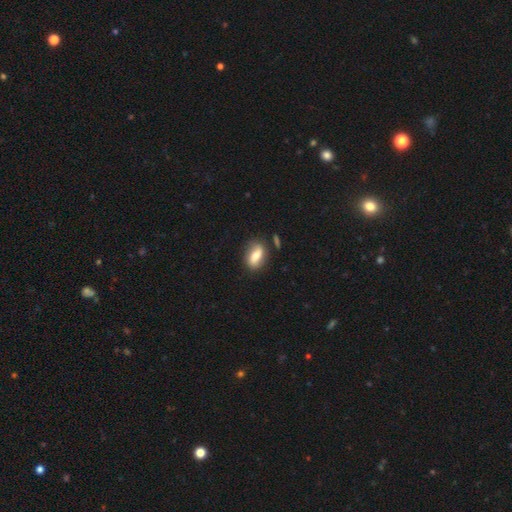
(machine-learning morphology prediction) smooth_or_featured: smooth (p=0.59) [alt: featured or disk p=0.33]
how_rounded: in between (p=0.82) [alt: round p=0.10]
merging: none (p=0.74) [alt: minor disturbance p=0.17]